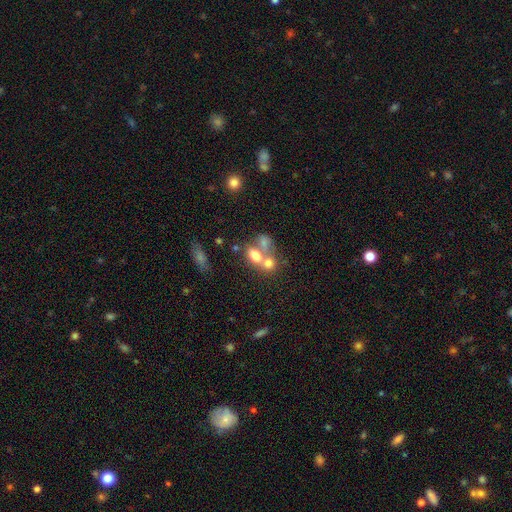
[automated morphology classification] smooth_or_featured: smooth (p=0.66) [alt: featured or disk p=0.21]
how_rounded: in between (p=0.66) [alt: round p=0.31]
merging: merger (p=0.60) [alt: none p=0.24]